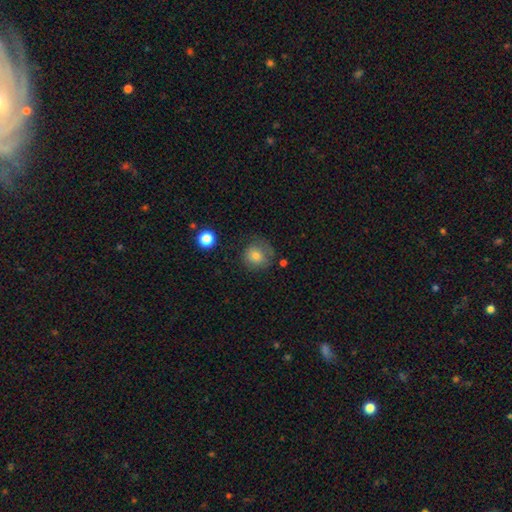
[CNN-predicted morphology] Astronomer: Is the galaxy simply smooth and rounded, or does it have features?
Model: smooth — 74%.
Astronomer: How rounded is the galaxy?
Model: round — 86%.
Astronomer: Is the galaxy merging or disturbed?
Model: none — 62%.